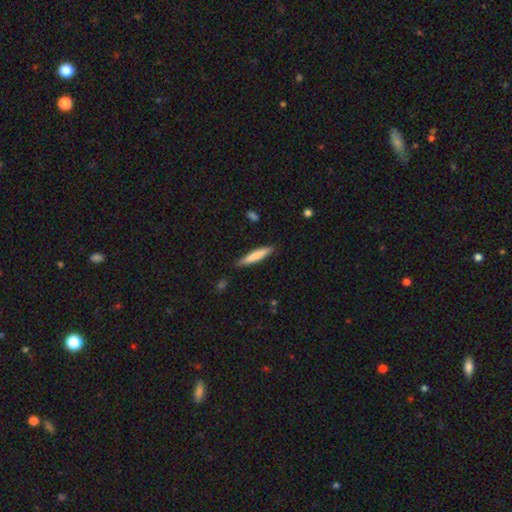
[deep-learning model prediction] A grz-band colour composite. It shows a smooth galaxy with no disk features (76%) that is cigar-shaped (90%). Merging: none (87%).